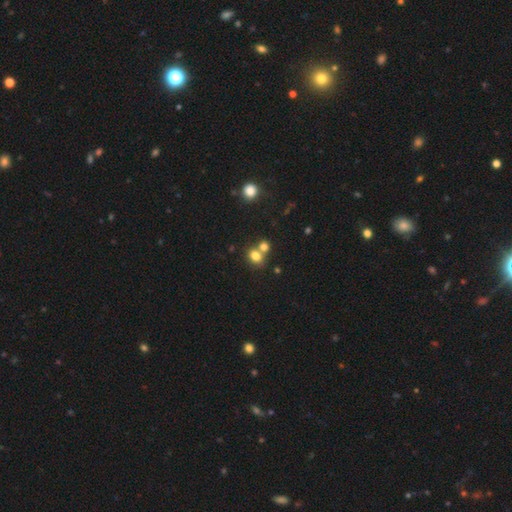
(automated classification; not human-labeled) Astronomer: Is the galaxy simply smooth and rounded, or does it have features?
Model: smooth — 78%.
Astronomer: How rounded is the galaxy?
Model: in between — 54% (runner-up: round, 45%).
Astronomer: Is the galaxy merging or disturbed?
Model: none — 45% (runner-up: merger, 43%).